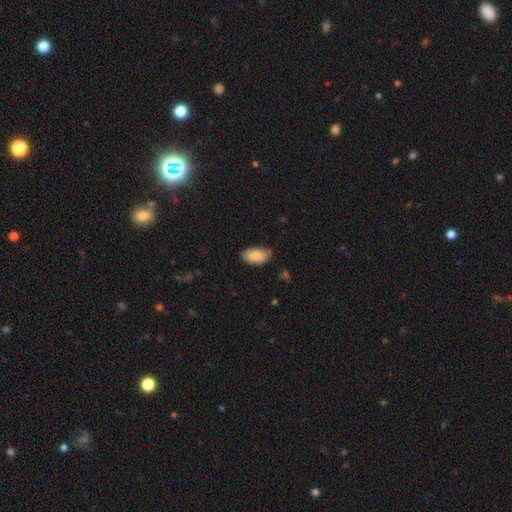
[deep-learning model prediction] A smooth galaxy with no disk features (86%) that is in between round and cigar-shaped (94%). Merging: none (78%).